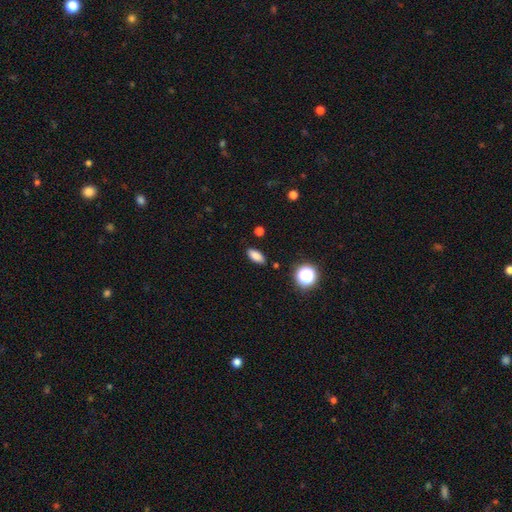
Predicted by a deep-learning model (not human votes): Q: Smooth or featured?
A: smooth (83%); runner-up: star or artifact (11%)
Q: How rounded?
A: in between (81%); runner-up: cigar-shaped (13%)
Q: Merging?
A: none (87%); runner-up: minor disturbance (9%)